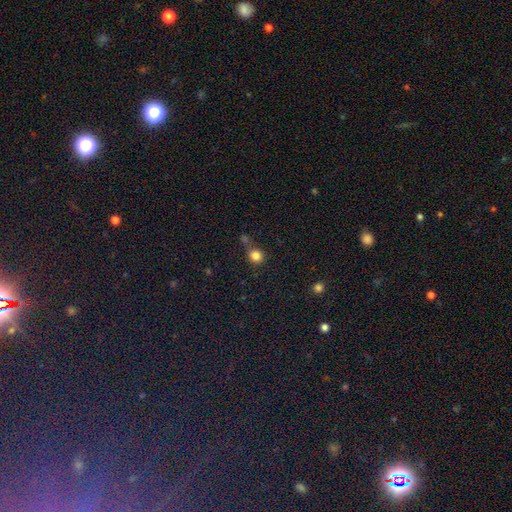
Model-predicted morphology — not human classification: Q: Smooth or featured?
A: smooth (83%); runner-up: star or artifact (12%)
Q: How rounded?
A: round (88%); runner-up: in between (11%)
Q: Merging?
A: none (62%); runner-up: merger (20%)